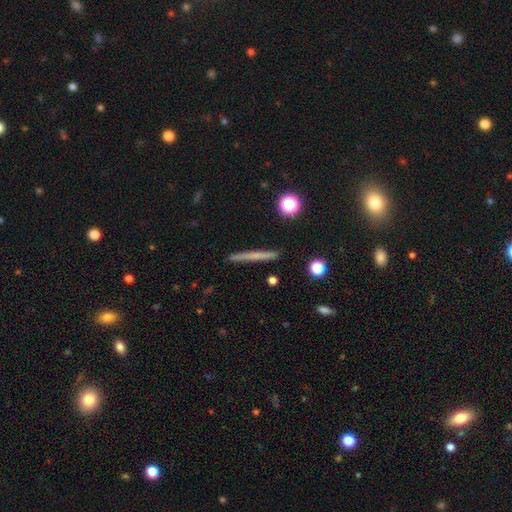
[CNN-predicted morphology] This is possibly a smooth galaxy (52%). How rounded: clearly cigar-shaped (95%). Merging: clearly none (90%).